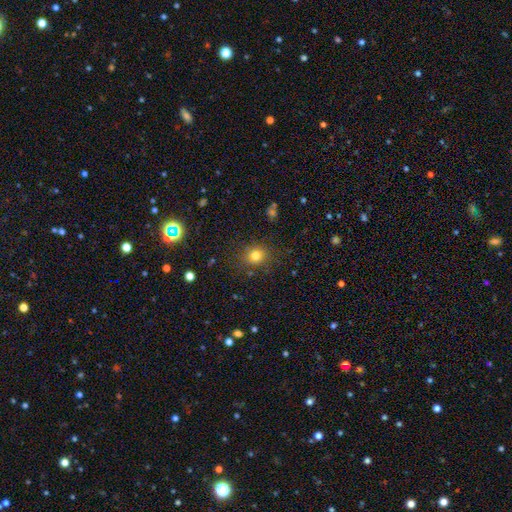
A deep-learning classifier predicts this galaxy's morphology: The model was most divided on "how rounded": round: 80%, in between: 19%, cigar-shaped: 1%. More confident: merging — none (85%); smooth or featured — smooth (78%).